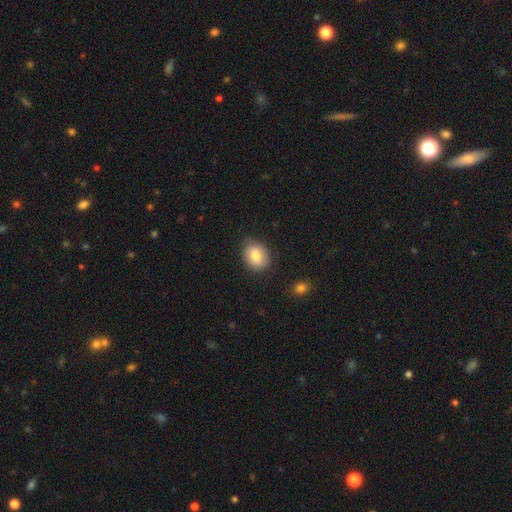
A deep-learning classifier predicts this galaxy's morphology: Overall: smooth (82%). How rounded: in between (58%; round 42%). Merging: none (81%).